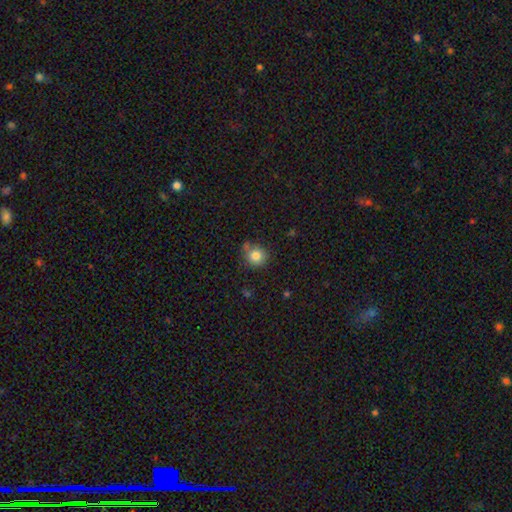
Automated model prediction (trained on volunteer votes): This appears to be a smooth galaxy with no disk features (82%) that is round (89%). Merging: none (72%).